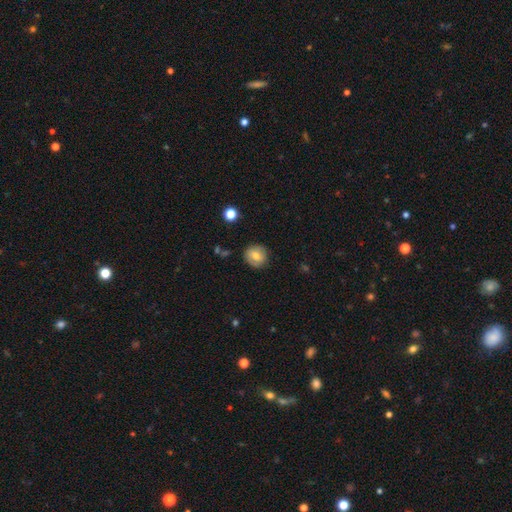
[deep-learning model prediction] A smooth galaxy with no disk features (70%) that is round (90%). Merging: none (85%).